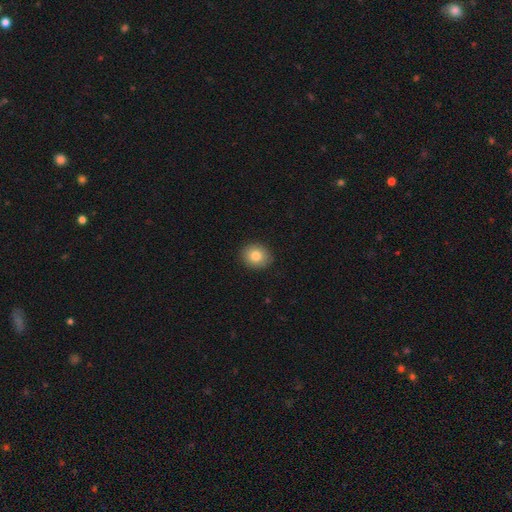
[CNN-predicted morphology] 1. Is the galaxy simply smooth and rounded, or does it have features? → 82% smooth, 9% star or artifact, 9% featured or disk.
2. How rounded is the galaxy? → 68% round, 31% in between, 1% cigar-shaped.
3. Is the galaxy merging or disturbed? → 89% none, 8% minor disturbance, 2% major disturbance, 1% merger.